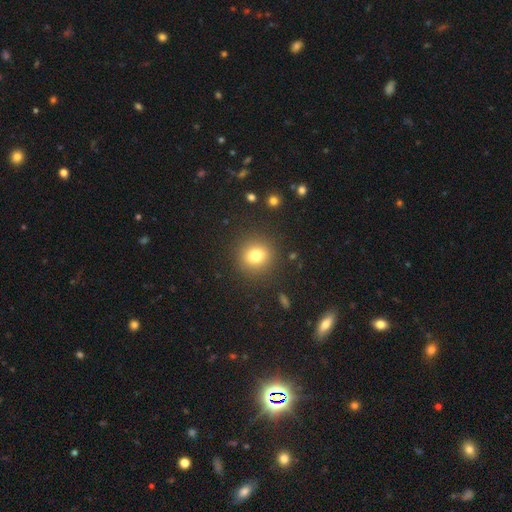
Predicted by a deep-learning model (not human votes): Smooth or featured: smooth — 79% (star or artifact — 13%)
How rounded: round — 82% (in between — 17%)
Merging: none — 88% (minor disturbance — 7%)